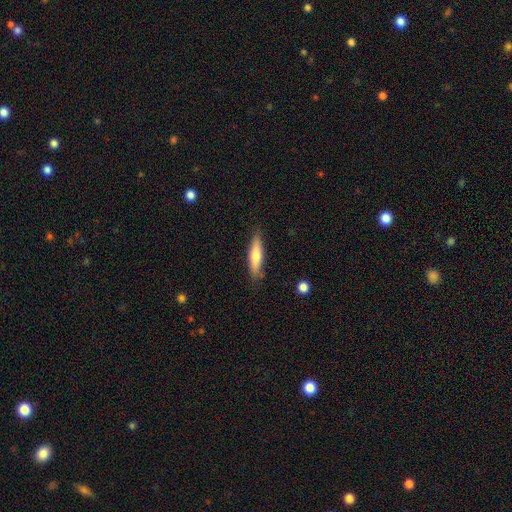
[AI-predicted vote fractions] Morphology: type=smooth (67%); roundness=cigar-shaped (75%); merging=none (81%).